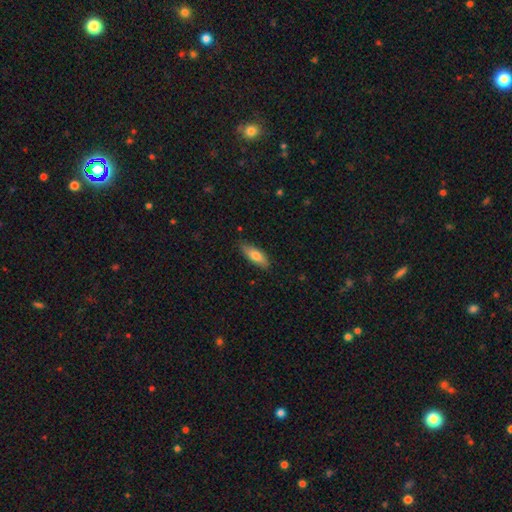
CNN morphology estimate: smooth 74%, featured or disk 20%, star or artifact 6%. Down the decision tree: how rounded — in between (67%); merging — none (79%).